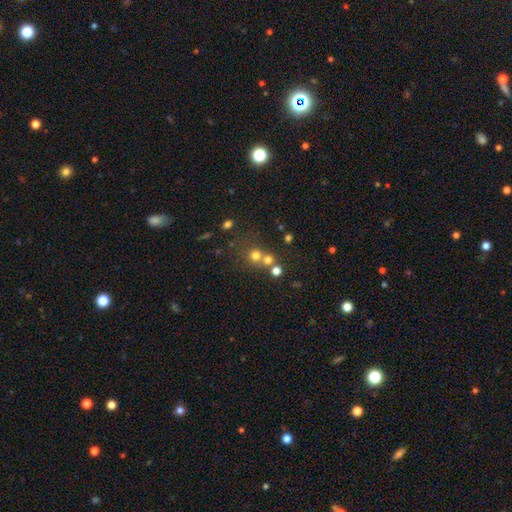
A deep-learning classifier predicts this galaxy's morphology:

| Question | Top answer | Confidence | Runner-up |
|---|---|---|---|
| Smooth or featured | smooth | 67% | star or artifact (20%) |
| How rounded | round | 88% | in between (12%) |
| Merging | none | 49% | merger (40%) |